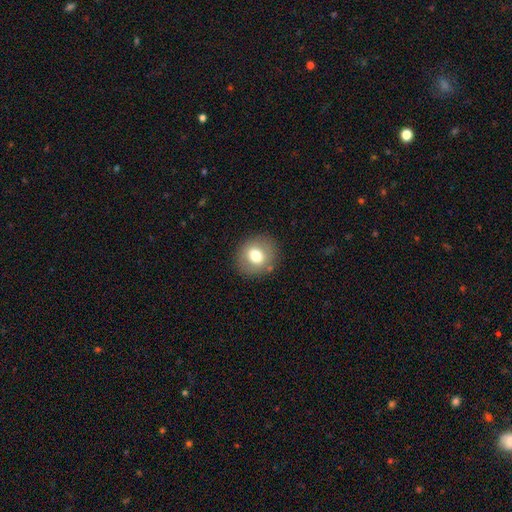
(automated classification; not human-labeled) Overall: smooth (73%). How rounded: round (82%). Merging: none (87%).